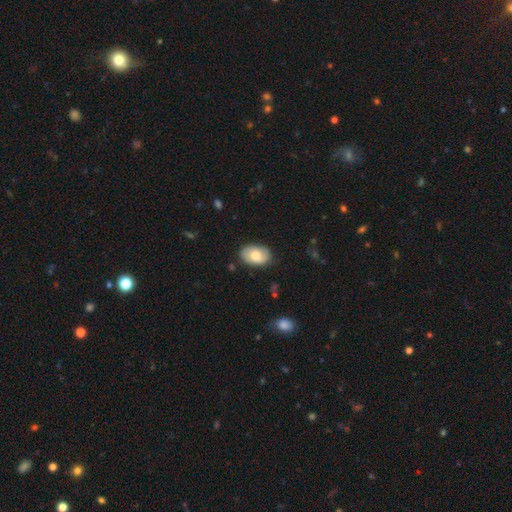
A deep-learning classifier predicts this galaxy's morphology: This is likely a smooth galaxy (74%). How rounded: clearly in between (90%). Merging: likely none (80%).